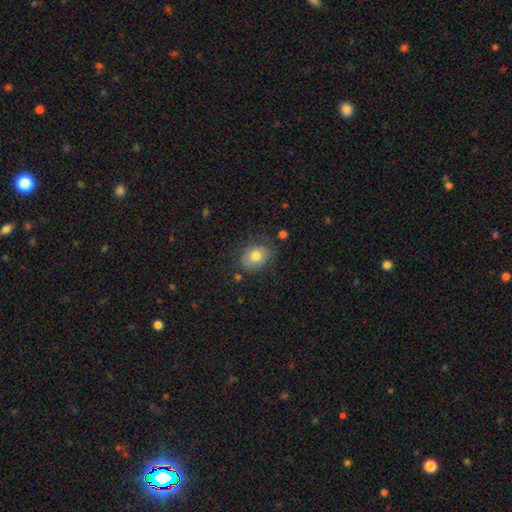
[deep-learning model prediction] Smooth or featured: smooth — 75% (featured or disk — 16%)
How rounded: in between — 56% (round — 43%)
Merging: none — 71% (minor disturbance — 21%)